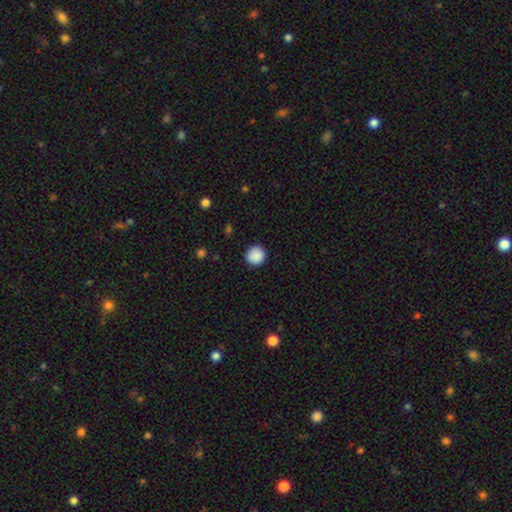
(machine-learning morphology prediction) smooth-or-featured: smooth: 89% | star or artifact: 8% | featured or disk: 2%
  how-rounded: round: 94% | in between: 5% | cigar-shaped: 1%
  merging: none: 91% | minor disturbance: 6% | major disturbance: 2% | merger: 1%